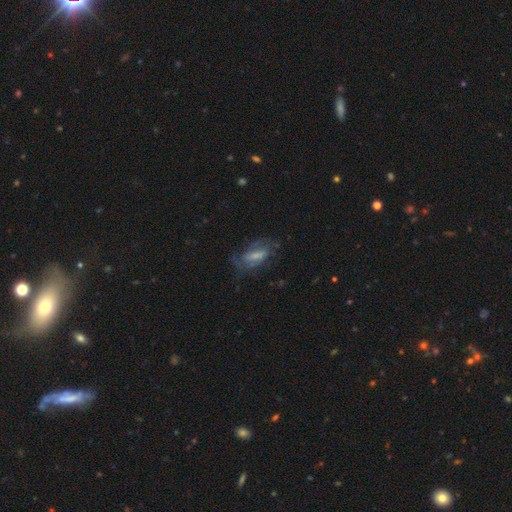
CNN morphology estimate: Smooth or featured: featured or disk — 61% (smooth — 31%)
Edge-on disk: no — 90% (yes — 10%)
Bar: weak — 42% (strong — 32%)
Spiral arms: yes — 79% (no — 21%)
Bulge size: small — 35% (moderate — 33%)
Merging: none — 55% (minor disturbance — 23%)